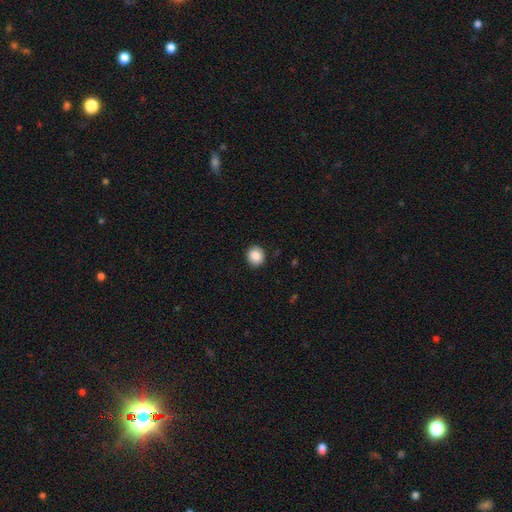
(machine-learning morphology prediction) Q: Smooth or featured?
A: smooth (88%); runner-up: star or artifact (8%)
Q: How rounded?
A: round (85%); runner-up: in between (14%)
Q: Merging?
A: none (90%); runner-up: minor disturbance (7%)